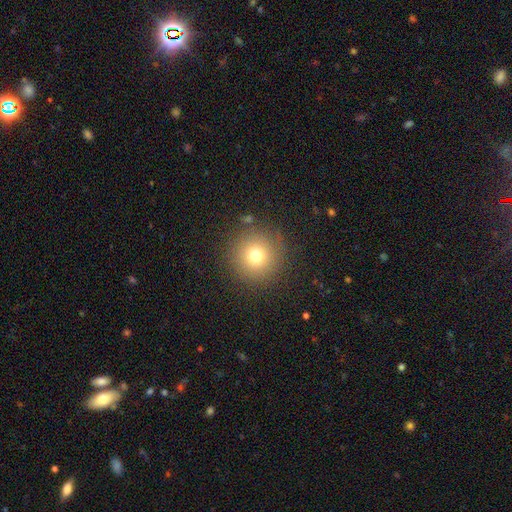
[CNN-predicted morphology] Smooth or featured?
  - smooth: 73% *
  - star or artifact: 16%
  - featured or disk: 11%
How rounded?
  - round: 96% *
  - in between: 3%
  - cigar-shaped: 1%
Merging?
  - none: 88% *
  - minor disturbance: 7%
  - major disturbance: 3%
  - merger: 2%